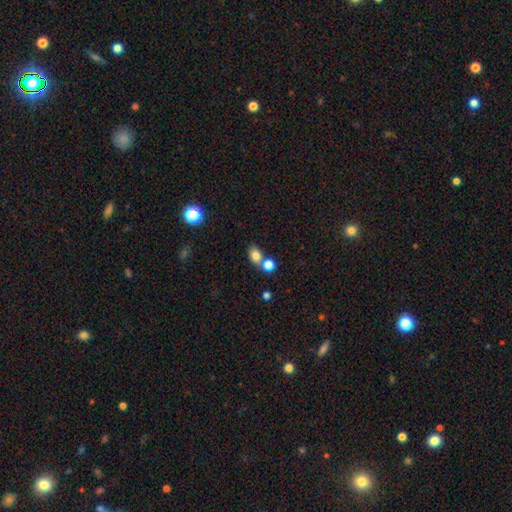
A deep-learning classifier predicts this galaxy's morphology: smooth_or_featured: smooth (p=0.80) [alt: star or artifact p=0.12]
how_rounded: in between (p=0.59) [alt: round p=0.39]
merging: none (p=0.51) [alt: merger p=0.36]